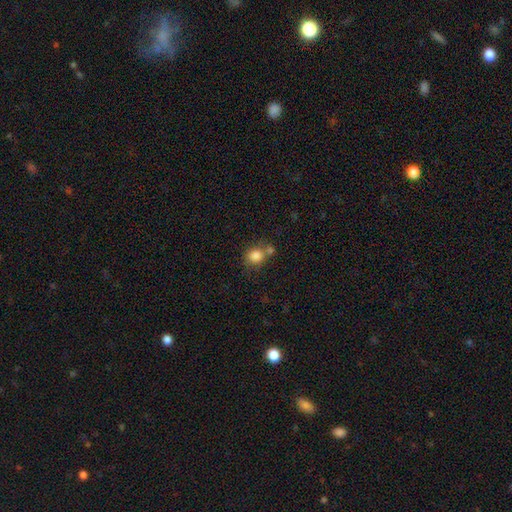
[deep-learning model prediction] smooth-or-featured: smooth: 83% | star or artifact: 10% | featured or disk: 7%
  how-rounded: round: 76% | in between: 23% | cigar-shaped: 1%
  merging: none: 52% | merger: 31% | minor disturbance: 12% | major disturbance: 5%